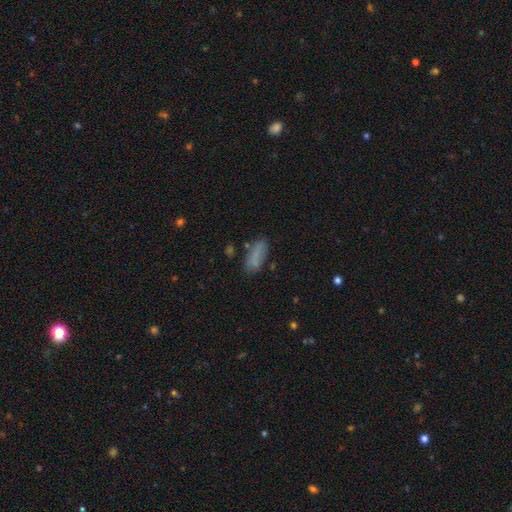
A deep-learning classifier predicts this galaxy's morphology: A smooth galaxy with no disk features (78%) that is in between round and cigar-shaped (67%).

Vote fractions:
- Smooth or featured? smooth: 78% / featured or disk: 12% / star or artifact: 10%
- How rounded? in between: 67% / cigar-shaped: 30% / round: 3%
- Merging? none: 69% / minor disturbance: 19% / major disturbance: 7% / merger: 5%